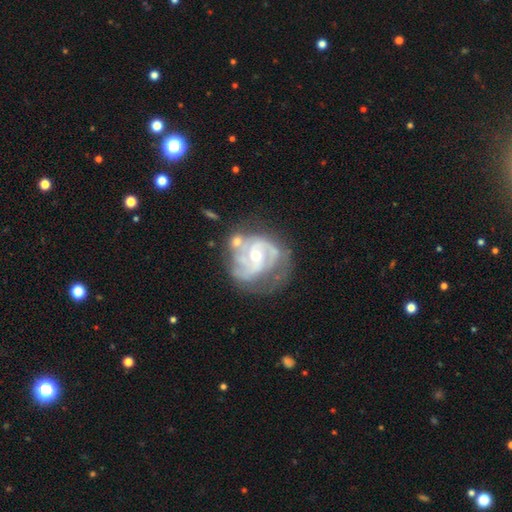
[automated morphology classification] The model was most divided on "spiral arm count": 2: 36%, 3: 33%, can't tell: 17%, 4: 6%, 1: 4%, more than 4: 4%. Remaining: edge-on disk — no (98%); spiral arms — yes (96%); smooth or featured — featured or disk (88%); bar — no (58%); bulge size — moderate (56%); merging — none (51%); spiral winding — tight (48%).